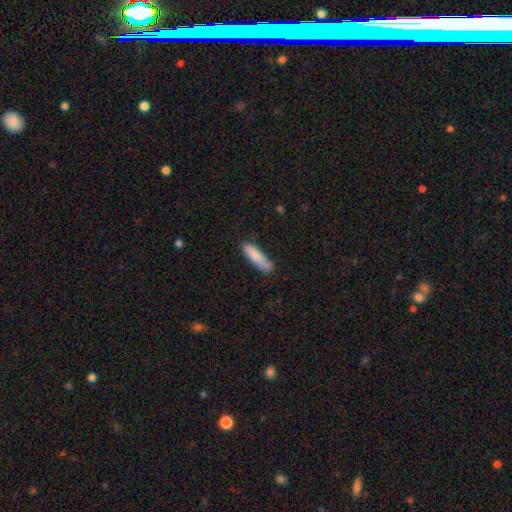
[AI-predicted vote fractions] Q: Smooth or featured?
A: smooth (84%); runner-up: featured or disk (10%)
Q: How rounded?
A: cigar-shaped (66%); runner-up: in between (33%)
Q: Merging?
A: none (74%); runner-up: minor disturbance (20%)